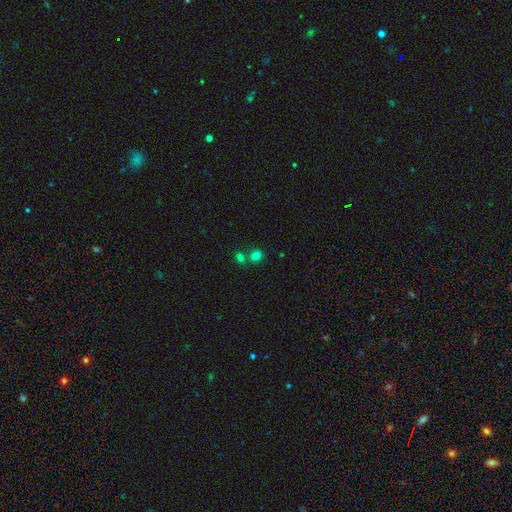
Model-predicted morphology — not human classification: This appears to be a smooth galaxy with no disk features (77%) that is round (65%). Merging: none (59%).